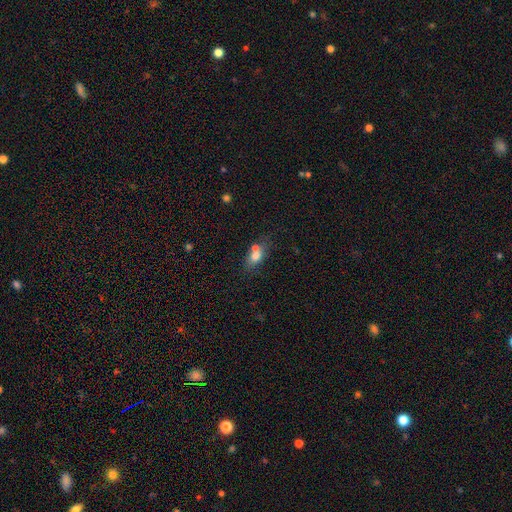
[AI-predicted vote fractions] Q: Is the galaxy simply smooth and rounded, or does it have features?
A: smooth — 71%.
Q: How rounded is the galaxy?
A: in between — 69%.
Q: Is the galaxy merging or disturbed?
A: none — 42%.